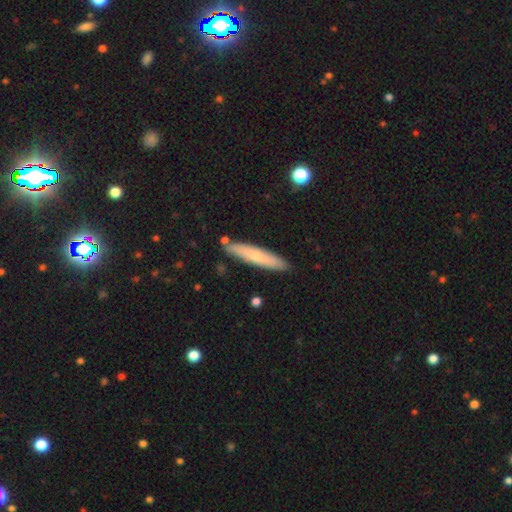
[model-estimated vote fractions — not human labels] This appears to be a smooth galaxy with no disk features (64%) that is cigar-shaped (89%). Merging: none (86%).